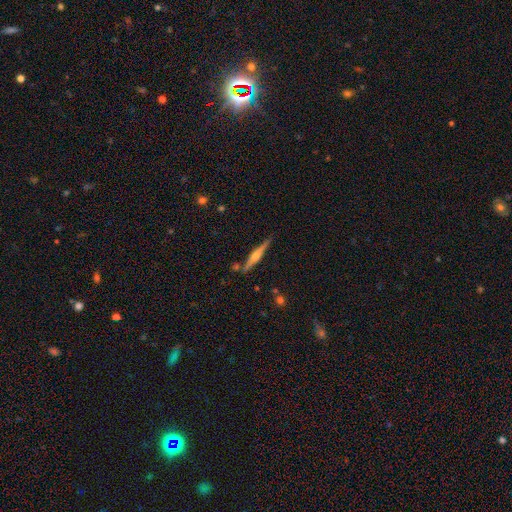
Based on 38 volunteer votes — smooth_or_featured: featured or disk (p=0.87) [alt: smooth p=0.13]
disk_edge_on: yes (p=0.97) [alt: no p=0.03]
edge_on_bulge: rounded (p=0.78) [alt: boxy p=0.19]
merging: none (p=0.76) [alt: minor disturbance p=0.18]